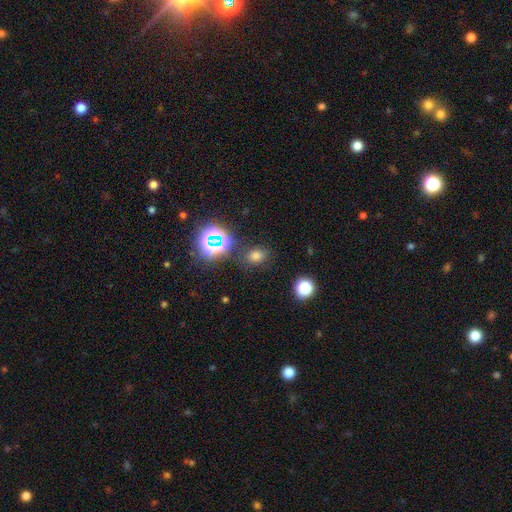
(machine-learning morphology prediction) This is likely a smooth galaxy (68%). How rounded: possibly in between (55%). Merging: clearly none (82%).